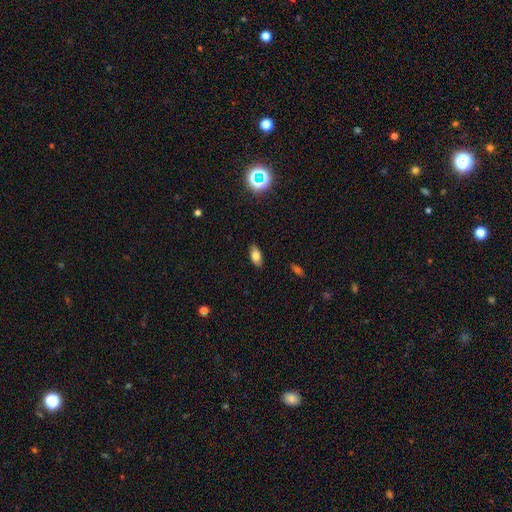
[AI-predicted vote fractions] Smooth or featured?
  - smooth: 79% *
  - featured or disk: 11%
  - star or artifact: 10%
How rounded?
  - in between: 90% *
  - cigar-shaped: 6%
  - round: 4%
Merging?
  - none: 88% *
  - minor disturbance: 9%
  - major disturbance: 2%
  - merger: 1%